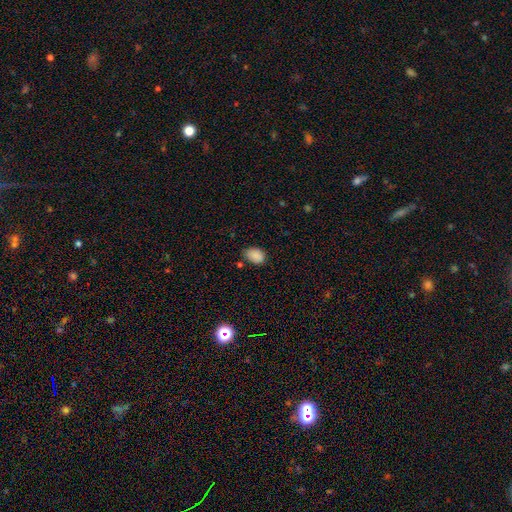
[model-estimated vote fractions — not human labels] Smooth or featured? Predicted: smooth (p=0.86). How rounded? Predicted: in between (p=0.79). Merging? Predicted: none (p=0.67).